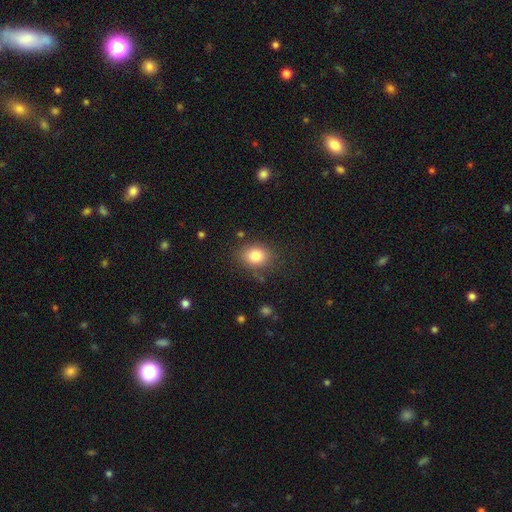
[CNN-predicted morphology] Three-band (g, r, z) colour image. It shows a smooth galaxy with no disk features (82%) that is in between round and cigar-shaped (51%). Merging: none (78%).